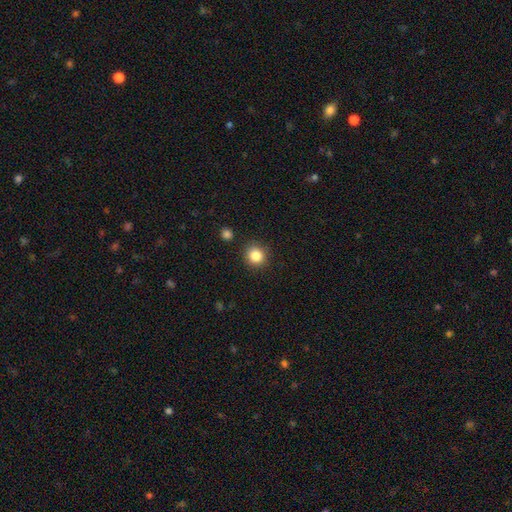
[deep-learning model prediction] Overall: smooth (85%). How rounded: round (89%). Merging: none (88%).